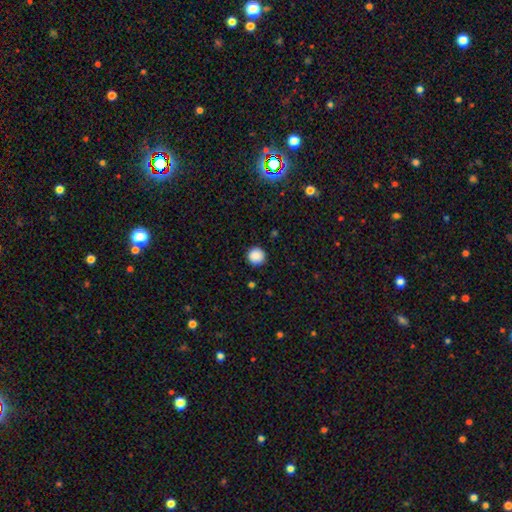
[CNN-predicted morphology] Smooth or featured? Predicted: smooth (p=0.88). How rounded? Predicted: round (p=0.95). Merging? Predicted: none (p=0.92).